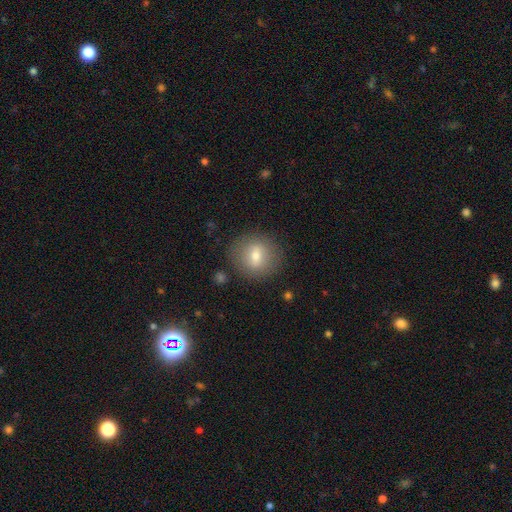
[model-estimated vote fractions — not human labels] smooth 68%, featured or disk 22%, star or artifact 10%. Down the decision tree: how rounded — round (79%); merging — none (85%).